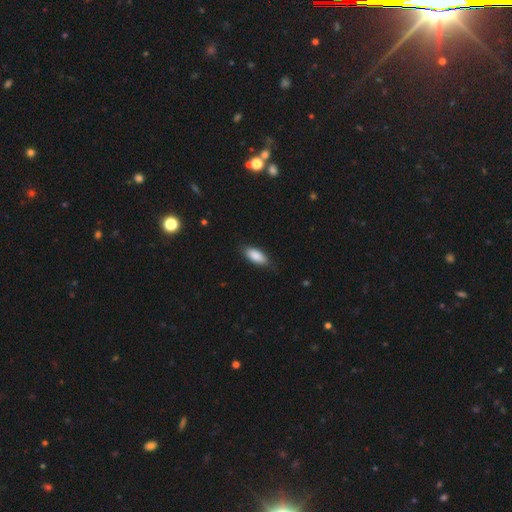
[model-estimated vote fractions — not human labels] Smooth or featured: smooth — 87% (featured or disk — 7%)
How rounded: in between — 85% (cigar-shaped — 12%)
Merging: none — 80% (minor disturbance — 16%)